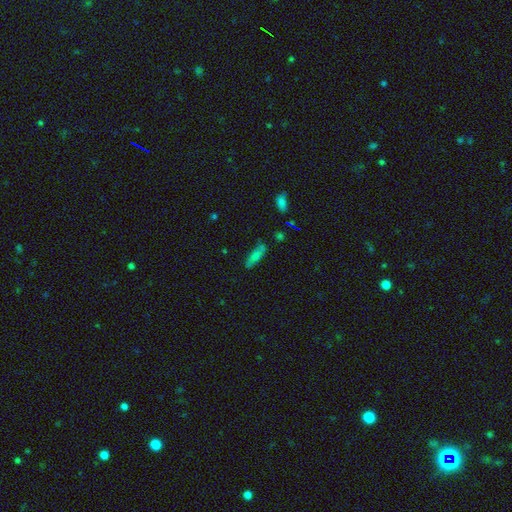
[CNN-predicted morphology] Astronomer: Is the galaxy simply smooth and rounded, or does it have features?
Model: smooth — 72%.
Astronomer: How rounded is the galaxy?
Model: cigar-shaped — 61% (runner-up: in between, 37%).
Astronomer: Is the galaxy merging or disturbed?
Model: none — 72%.